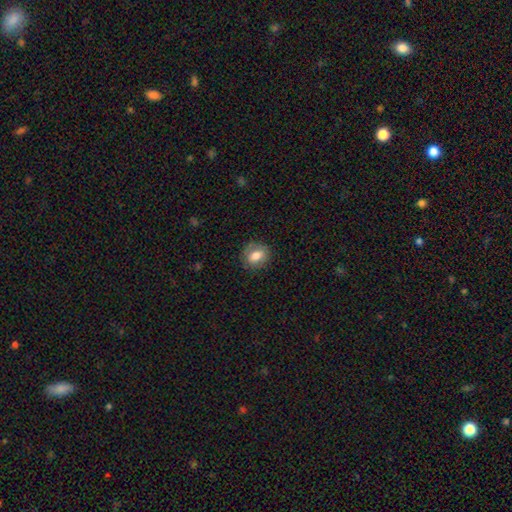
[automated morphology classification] smooth 74%, featured or disk 17%, star or artifact 8%. Down the decision tree: how rounded — round (55%); merging — none (78%).